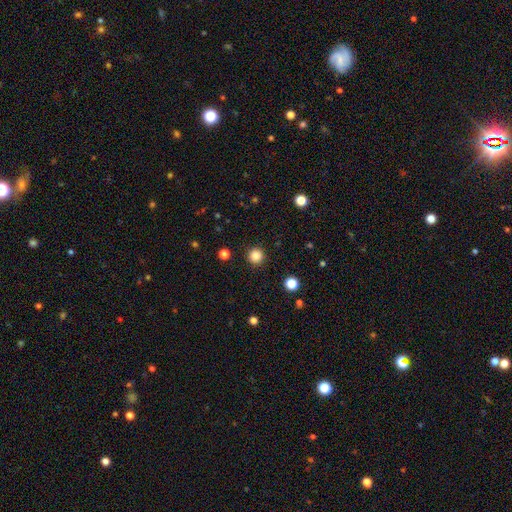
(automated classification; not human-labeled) A smooth galaxy with no disk features (85%) that is round (96%). Merging: none (93%).